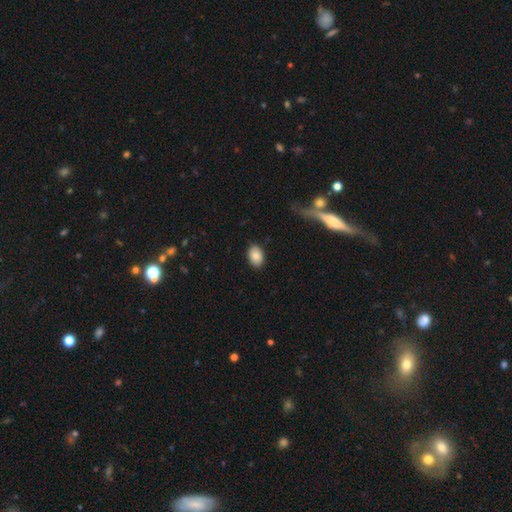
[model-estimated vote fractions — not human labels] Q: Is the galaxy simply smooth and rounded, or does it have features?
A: smooth — 86%.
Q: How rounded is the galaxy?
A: in between — 84%.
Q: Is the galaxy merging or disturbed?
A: none — 87%.